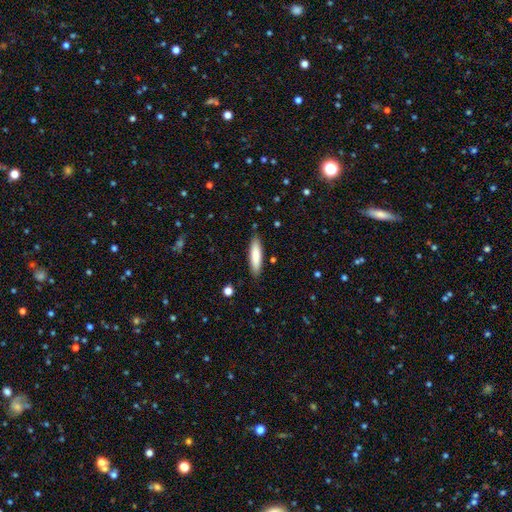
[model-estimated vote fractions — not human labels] Morphology: type=smooth (84%); roundness=cigar-shaped (72%); merging=none (87%).